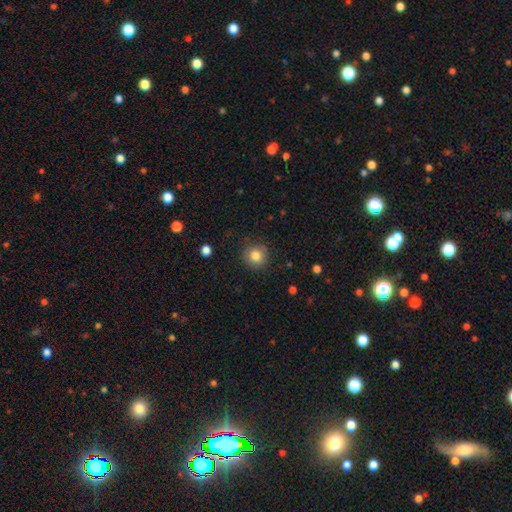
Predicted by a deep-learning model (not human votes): smooth 83%, star or artifact 10%, featured or disk 7%. Down the decision tree: how rounded — round (92%); merging — none (87%).